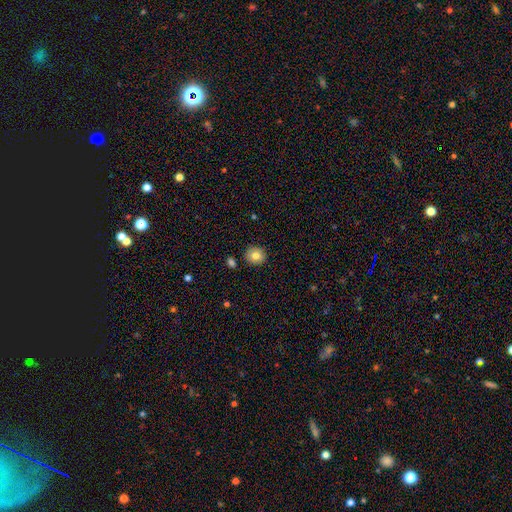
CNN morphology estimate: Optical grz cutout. It shows a smooth galaxy with no disk features (81%) that is round (88%). Merging: none (88%).